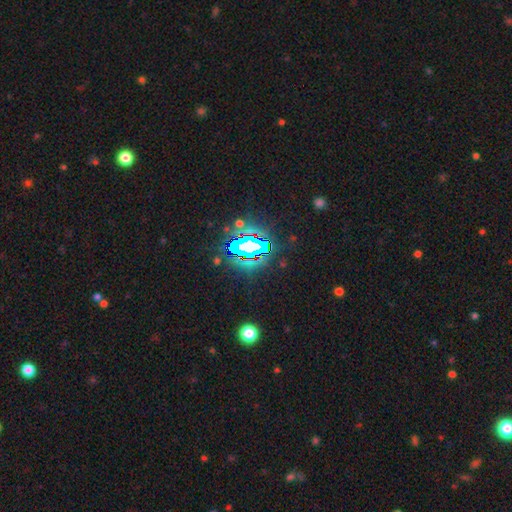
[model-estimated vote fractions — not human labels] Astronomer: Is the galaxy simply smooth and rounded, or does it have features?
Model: star or artifact — 81%.